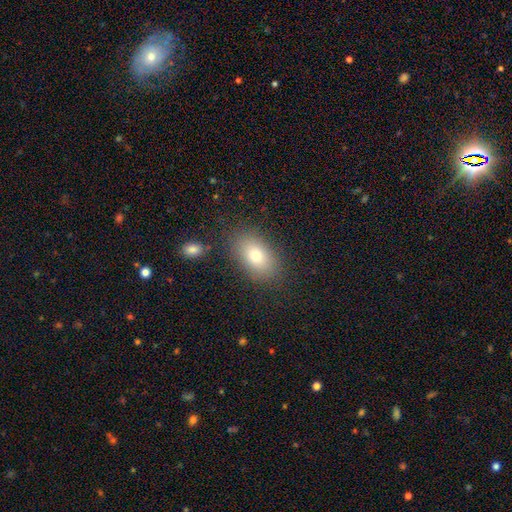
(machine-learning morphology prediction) Overall: smooth (77%). How rounded: in between (87%). Merging: none (83%).